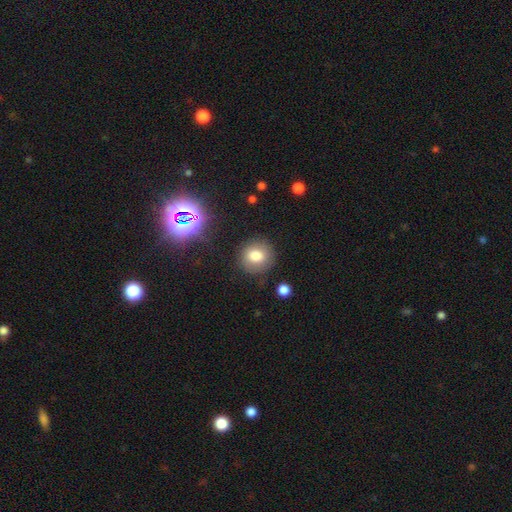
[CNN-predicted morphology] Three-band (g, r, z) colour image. It shows a smooth galaxy with no disk features (77%) that is round (86%). Merging: none (85%).